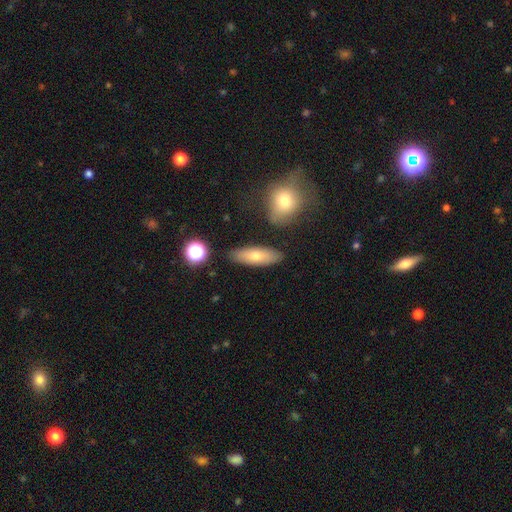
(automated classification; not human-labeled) Smooth or featured? Predicted: smooth (p=0.71). How rounded? Predicted: in between (p=0.57). Merging? Predicted: none (p=0.85).